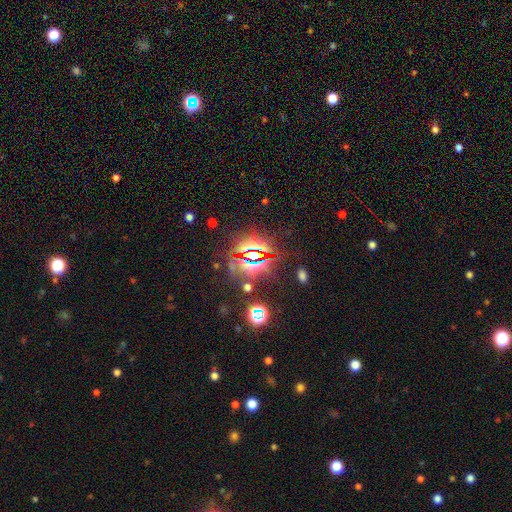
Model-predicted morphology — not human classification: This is likely a star or artifact rather than a galaxy (80%).